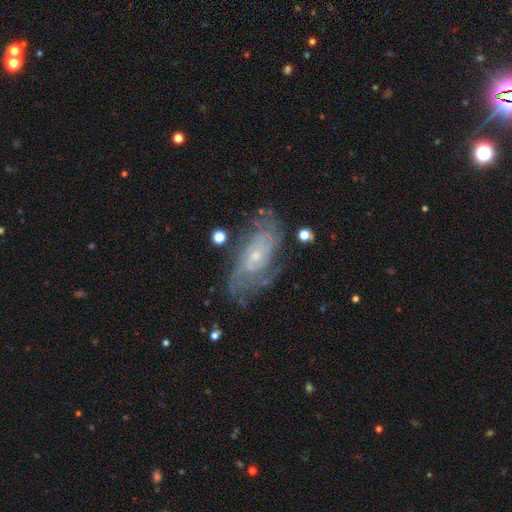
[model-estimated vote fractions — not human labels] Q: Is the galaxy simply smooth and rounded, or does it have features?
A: featured or disk — 82%.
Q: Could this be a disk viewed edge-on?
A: no — 93%.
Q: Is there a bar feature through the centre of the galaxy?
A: no — 69%.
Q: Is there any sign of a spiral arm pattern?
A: yes — 91%.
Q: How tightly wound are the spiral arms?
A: tight — 59%.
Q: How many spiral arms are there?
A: can't tell — 44%.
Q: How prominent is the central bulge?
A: small — 72%.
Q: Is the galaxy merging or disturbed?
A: none — 69%.